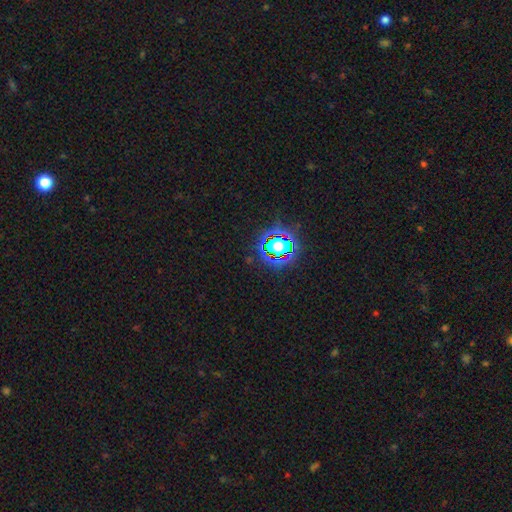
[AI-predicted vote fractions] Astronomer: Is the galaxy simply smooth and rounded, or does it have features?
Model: star or artifact — 79%.